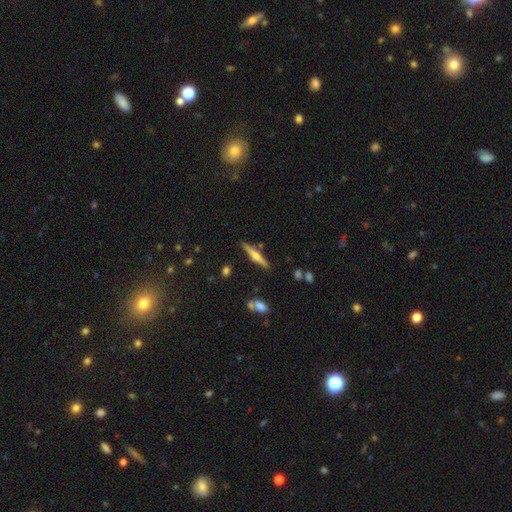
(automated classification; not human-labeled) smooth_or_featured: featured or disk (p=0.59) [alt: smooth p=0.34]
disk_edge_on: yes (p=0.97) [alt: no p=0.03]
edge_on_bulge: rounded (p=0.84) [alt: none p=0.08]
merging: none (p=0.85) [alt: minor disturbance p=0.09]